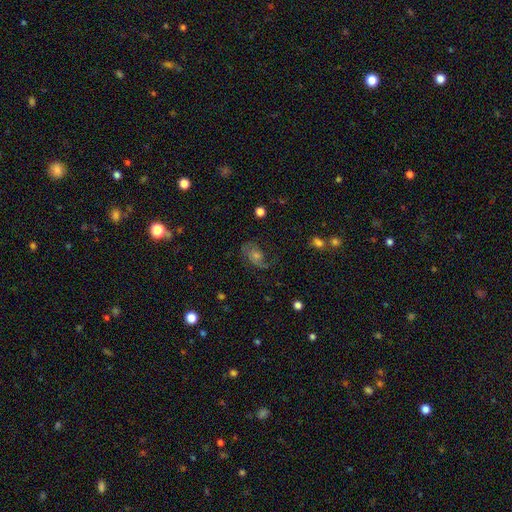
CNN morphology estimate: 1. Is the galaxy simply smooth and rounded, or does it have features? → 55% featured or disk, 27% smooth, 19% star or artifact.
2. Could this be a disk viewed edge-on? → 95% no, 5% yes.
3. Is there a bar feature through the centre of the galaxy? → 72% no, 23% weak, 4% strong.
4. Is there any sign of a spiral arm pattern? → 84% yes, 16% no.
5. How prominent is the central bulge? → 46% moderate, 37% small, 8% large, 6% none, 2% dominant.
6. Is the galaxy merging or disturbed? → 58% none, 20% minor disturbance, 19% major disturbance, 2% merger.